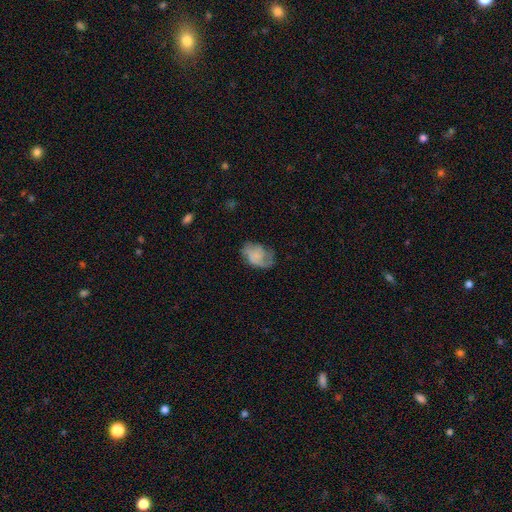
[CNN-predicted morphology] Smooth or featured?
  - smooth: 46% *
  - featured or disk: 45%
  - star or artifact: 9%
Merging?
  - none: 56% *
  - minor disturbance: 27%
  - major disturbance: 15%
  - merger: 2%